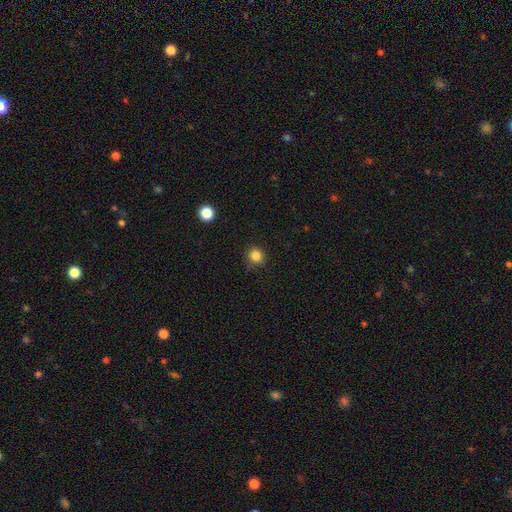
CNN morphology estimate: smooth-or-featured: smooth: 84% | star or artifact: 12% | featured or disk: 4%
  how-rounded: round: 92% | in between: 7% | cigar-shaped: 1%
  merging: none: 87% | minor disturbance: 9% | major disturbance: 2% | merger: 1%